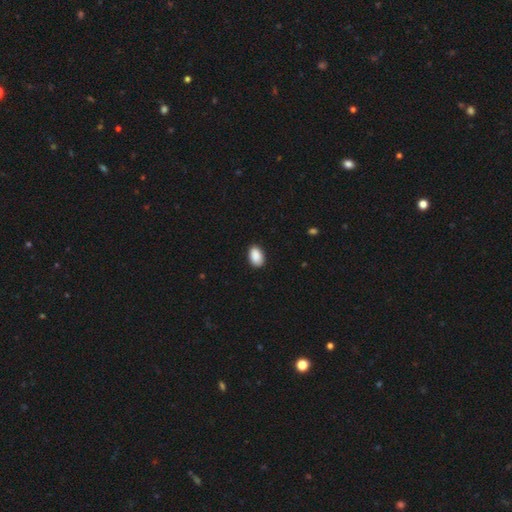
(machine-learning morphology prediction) This is clearly a smooth galaxy (90%). How rounded: clearly in between (91%). Merging: clearly none (87%).